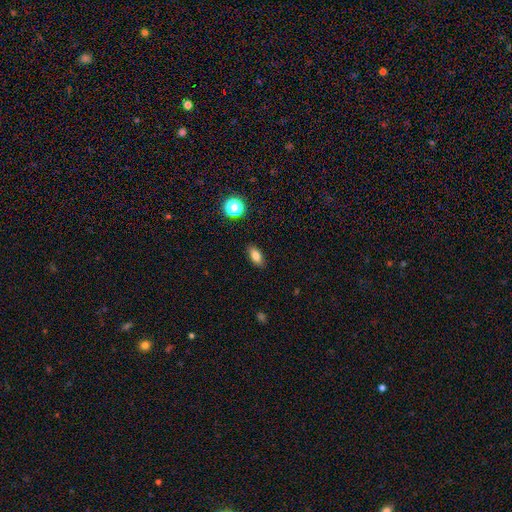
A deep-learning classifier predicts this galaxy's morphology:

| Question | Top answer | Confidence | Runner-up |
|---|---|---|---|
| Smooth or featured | smooth | 81% | star or artifact (10%) |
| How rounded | in between | 85% | cigar-shaped (9%) |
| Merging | none | 89% | minor disturbance (8%) |